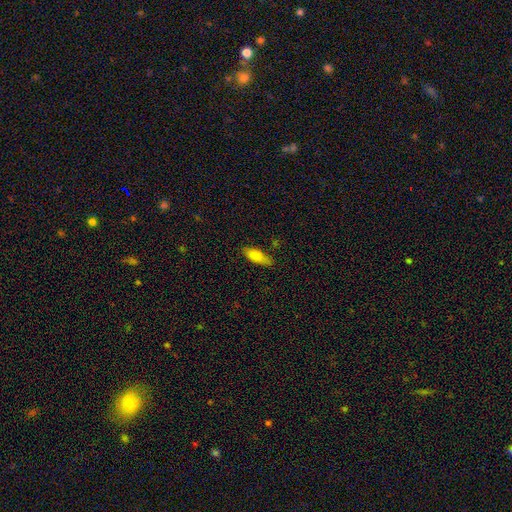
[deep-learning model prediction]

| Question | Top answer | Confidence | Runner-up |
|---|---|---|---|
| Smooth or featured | smooth | 82% | featured or disk (11%) |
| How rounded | in between | 72% | cigar-shaped (26%) |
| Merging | none | 74% | minor disturbance (20%) |